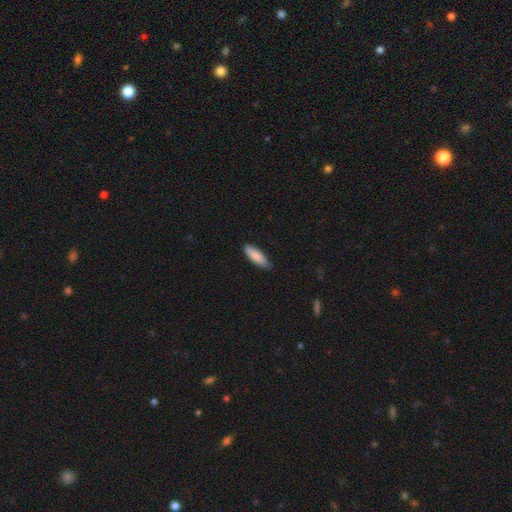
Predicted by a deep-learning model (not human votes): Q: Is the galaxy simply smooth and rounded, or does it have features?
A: smooth — 85%.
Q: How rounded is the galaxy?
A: cigar-shaped — 50%.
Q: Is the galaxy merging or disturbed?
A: none — 79%.